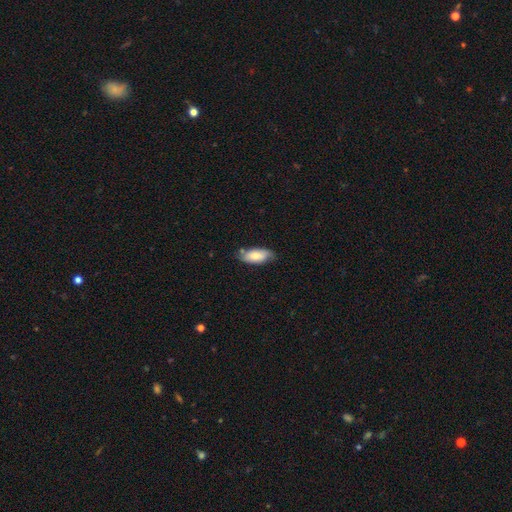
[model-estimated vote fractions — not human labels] Smooth or featured?
  - smooth: 75% *
  - featured or disk: 19%
  - star or artifact: 6%
How rounded?
  - in between: 86% *
  - cigar-shaped: 12%
  - round: 2%
Merging?
  - none: 71% *
  - minor disturbance: 22%
  - major disturbance: 4%
  - merger: 3%